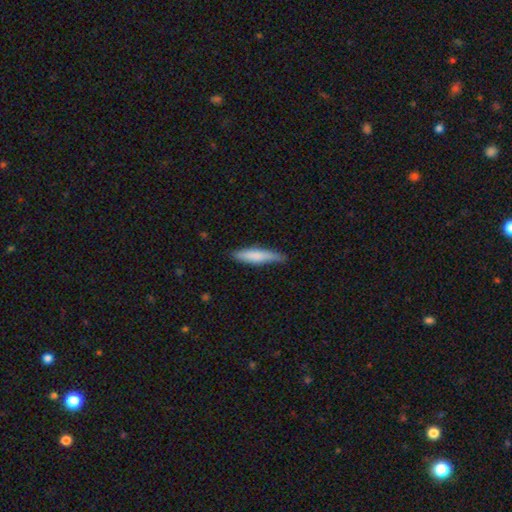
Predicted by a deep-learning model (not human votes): Morphology: type=smooth (75%); roundness=cigar-shaped (85%); merging=none (78%).